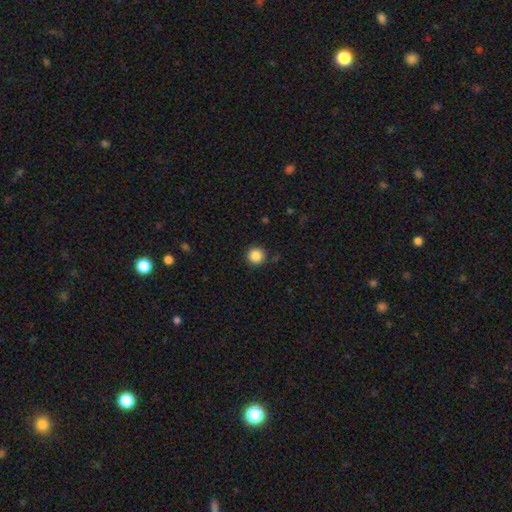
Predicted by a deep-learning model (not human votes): smooth_or_featured: smooth (p=0.86) [alt: star or artifact p=0.10]
how_rounded: round (p=0.96) [alt: in between p=0.03]
merging: none (p=0.91) [alt: minor disturbance p=0.05]